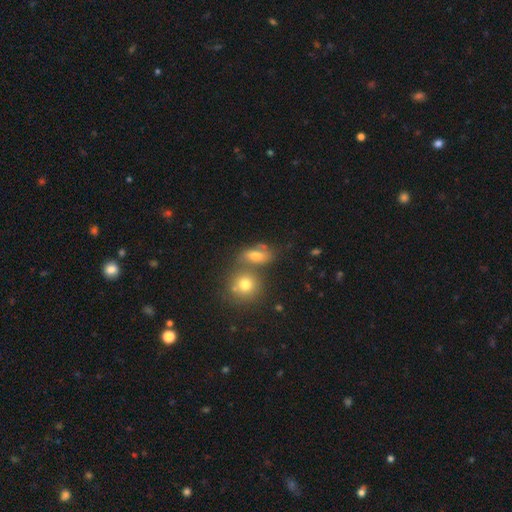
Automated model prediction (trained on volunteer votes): Overall: smooth (57%; featured or disk 28%). How rounded: in between (68%). Merging: none (41%; merger 35%).